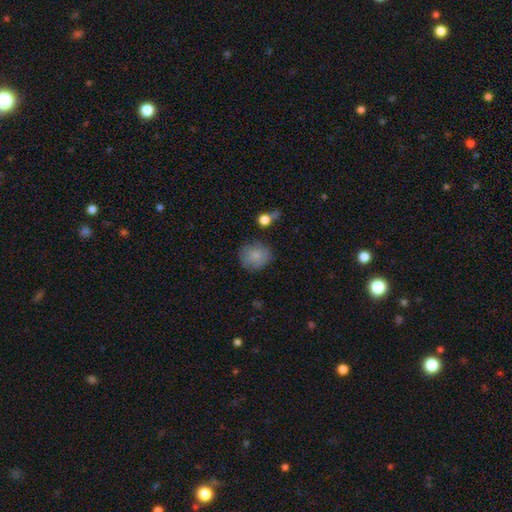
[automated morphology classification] Q: Smooth or featured?
A: smooth (83%); runner-up: featured or disk (9%)
Q: How rounded?
A: round (82%); runner-up: in between (17%)
Q: Merging?
A: none (73%); runner-up: minor disturbance (18%)